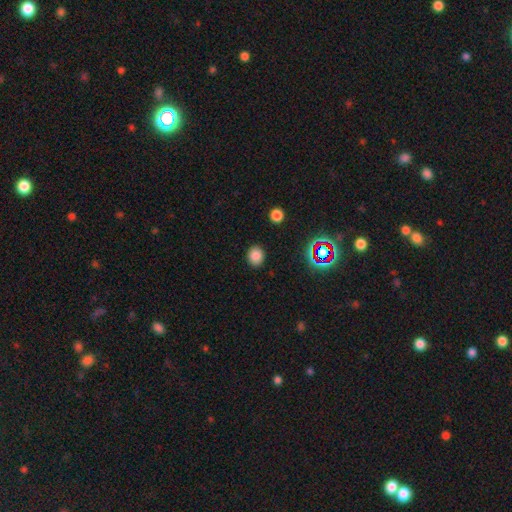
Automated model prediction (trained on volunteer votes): Smooth or featured: smooth — 82% (star or artifact — 13%)
How rounded: round — 62% (in between — 37%)
Merging: none — 89% (minor disturbance — 7%)